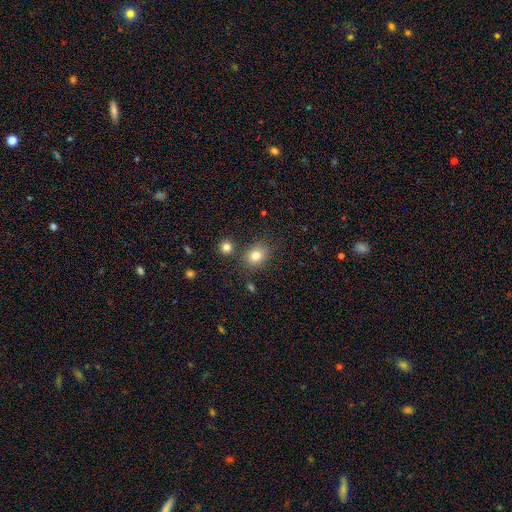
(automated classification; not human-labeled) smooth_or_featured: smooth (p=0.80) [alt: star or artifact p=0.12]
how_rounded: round (p=0.58) [alt: in between p=0.41]
merging: none (p=0.80) [alt: minor disturbance p=0.10]